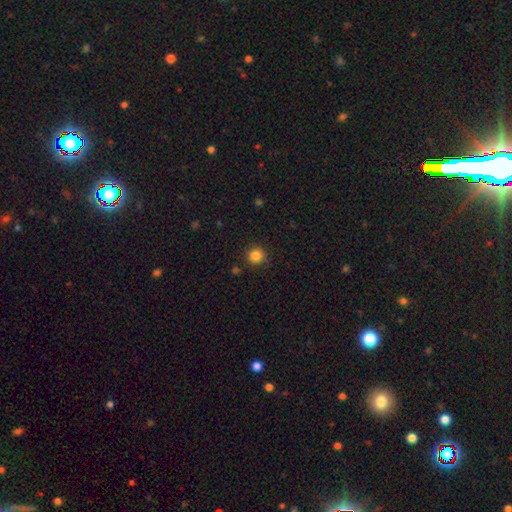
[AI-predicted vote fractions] smooth 84%, star or artifact 12%, featured or disk 4%. Down the decision tree: how rounded — round (94%); merging — none (90%).